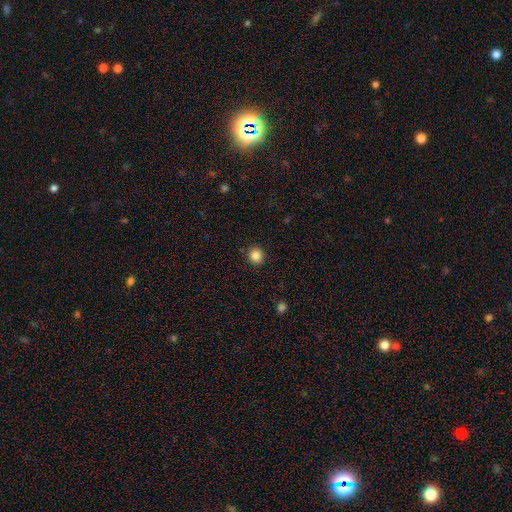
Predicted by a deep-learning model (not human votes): Smooth or featured? smooth (86%)
How rounded? round (87%)
Merging? none (90%)